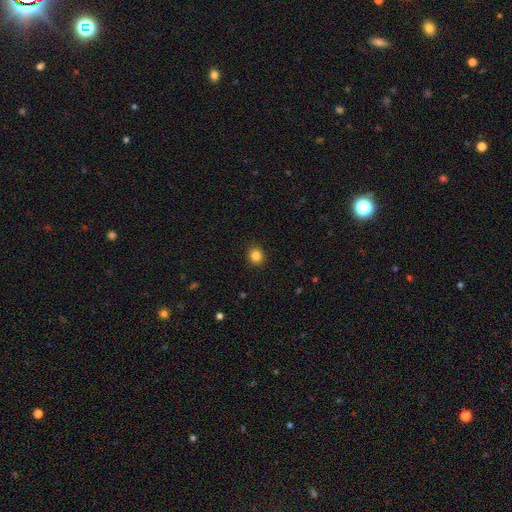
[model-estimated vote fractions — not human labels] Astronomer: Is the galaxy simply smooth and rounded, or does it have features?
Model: smooth — 85%.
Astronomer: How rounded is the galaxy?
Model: round — 87%.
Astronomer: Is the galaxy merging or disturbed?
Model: none — 91%.